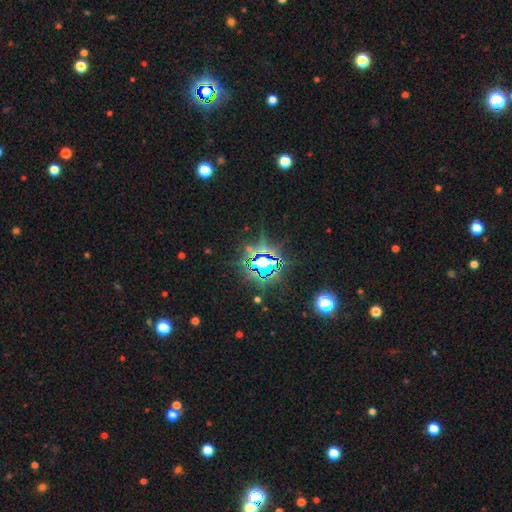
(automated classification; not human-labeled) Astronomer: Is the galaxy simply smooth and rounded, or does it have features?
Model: star or artifact — 81%.